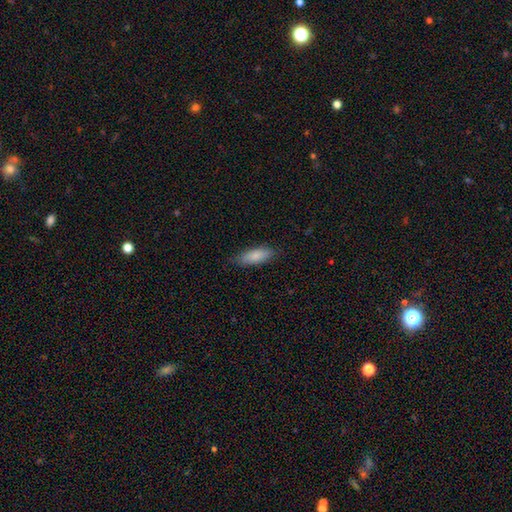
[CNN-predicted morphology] Smooth or featured? Predicted: smooth (p=0.84). How rounded? Predicted: in between (p=0.66). Merging? Predicted: none (p=0.82).